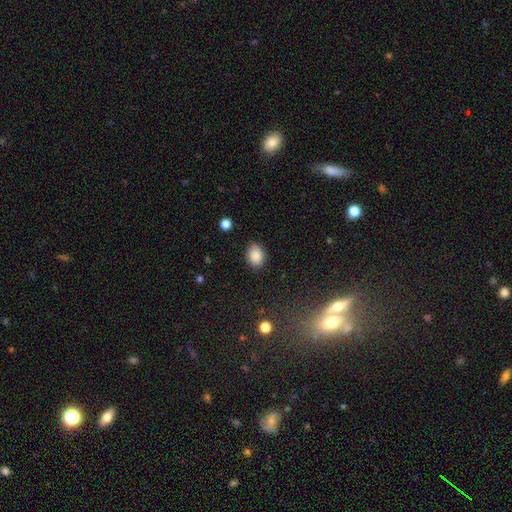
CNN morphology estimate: Smooth or featured? Predicted: smooth (p=0.87). How rounded? Predicted: in between (p=0.64). Merging? Predicted: none (p=0.84).